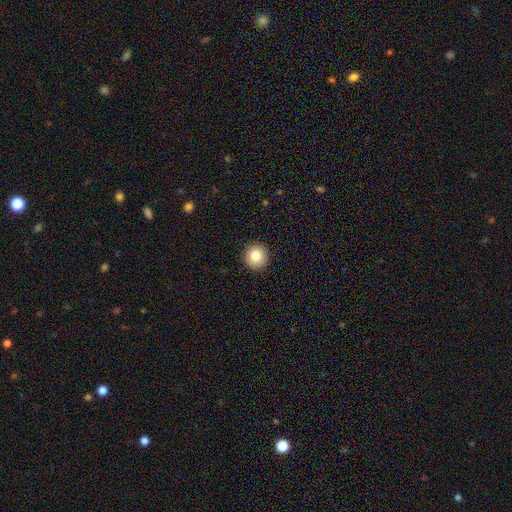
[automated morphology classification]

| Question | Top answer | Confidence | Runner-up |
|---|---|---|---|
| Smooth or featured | smooth | 81% | star or artifact (10%) |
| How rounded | round | 94% | in between (5%) |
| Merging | none | 92% | minor disturbance (5%) |